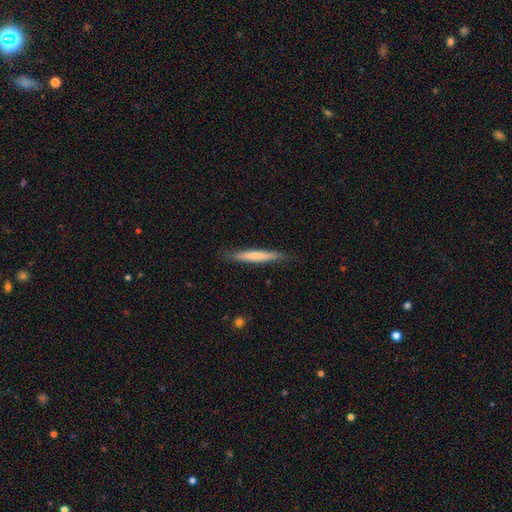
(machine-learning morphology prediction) smooth_or_featured: smooth (p=0.67) [alt: featured or disk p=0.28]
how_rounded: cigar-shaped (p=0.95) [alt: in between p=0.04]
merging: none (p=0.85) [alt: minor disturbance p=0.12]